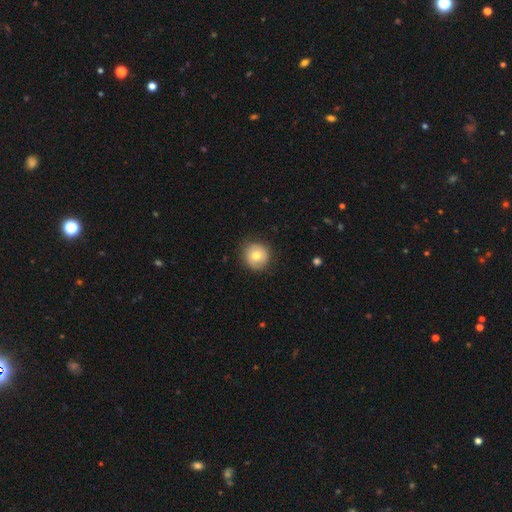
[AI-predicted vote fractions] Smooth or featured?
  - smooth: 75% *
  - featured or disk: 17%
  - star or artifact: 8%
How rounded?
  - round: 92% *
  - in between: 7%
  - cigar-shaped: 1%
Merging?
  - none: 85% *
  - minor disturbance: 11%
  - major disturbance: 3%
  - merger: 1%